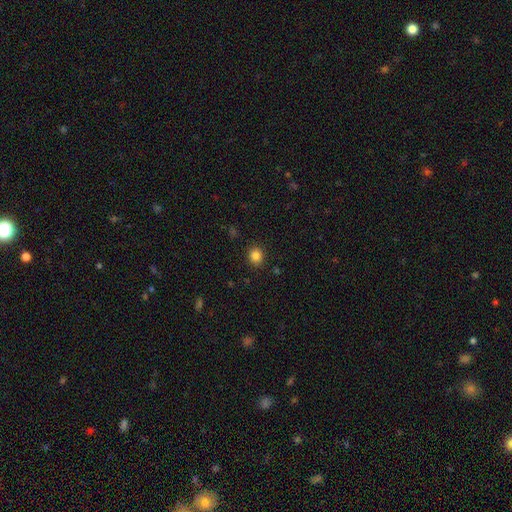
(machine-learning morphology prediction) type=smooth (84%); roundness=round (79%); merging=none (90%).